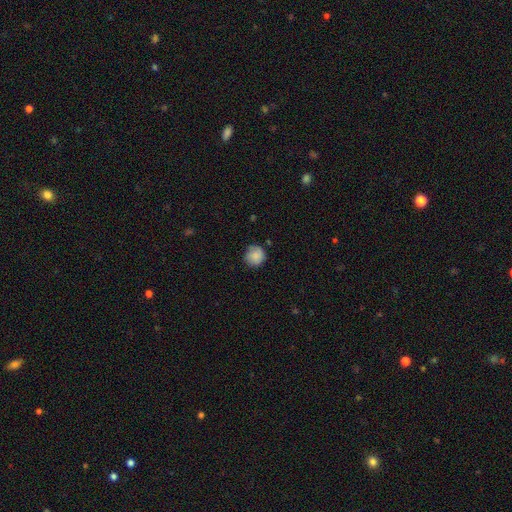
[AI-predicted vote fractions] smooth_or_featured: smooth (p=0.82) [alt: featured or disk p=0.10]
how_rounded: round (p=0.91) [alt: in between p=0.09]
merging: none (p=0.76) [alt: minor disturbance p=0.19]